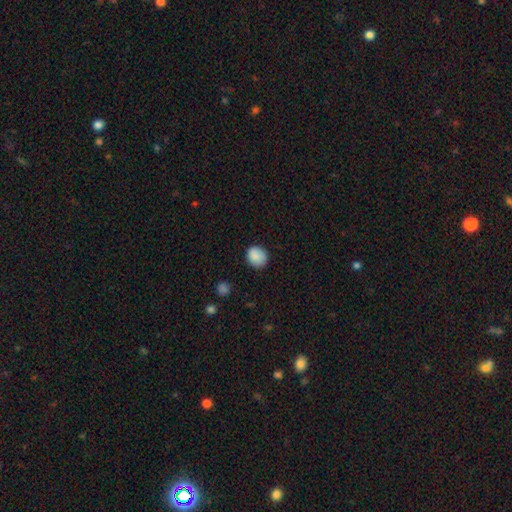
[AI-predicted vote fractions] This is clearly a smooth galaxy (86%). How rounded: likely round (66%). Merging: clearly none (83%).